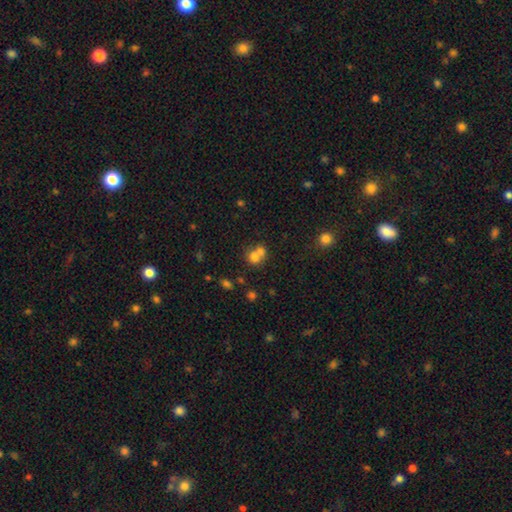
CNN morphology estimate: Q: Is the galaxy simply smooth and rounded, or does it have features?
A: smooth — 70%.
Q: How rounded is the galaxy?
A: round — 75%.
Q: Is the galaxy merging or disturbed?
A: merger — 60%.